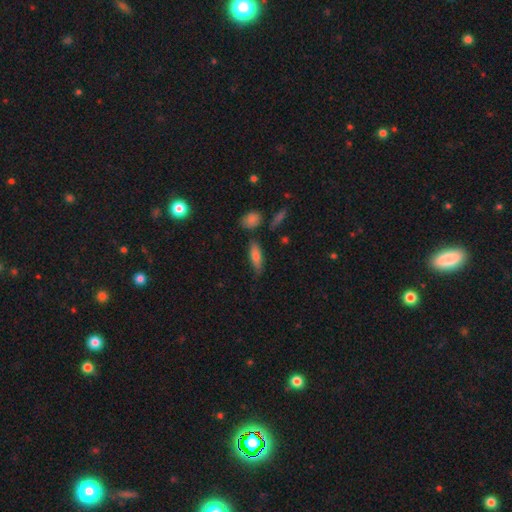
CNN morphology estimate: Smooth or featured?
  - smooth: 75% *
  - featured or disk: 17%
  - star or artifact: 8%
How rounded?
  - in between: 53% *
  - cigar-shaped: 44%
  - round: 3%
Merging?
  - none: 68% *
  - minor disturbance: 21%
  - merger: 6%
  - major disturbance: 5%